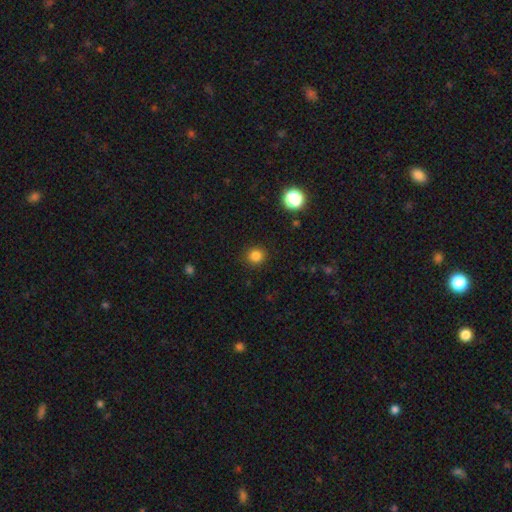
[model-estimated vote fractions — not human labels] smooth-or-featured: smooth: 83% | star or artifact: 13% | featured or disk: 4%
  how-rounded: round: 91% | in between: 8% | cigar-shaped: 1%
  merging: none: 91% | minor disturbance: 6% | major disturbance: 2% | merger: 1%